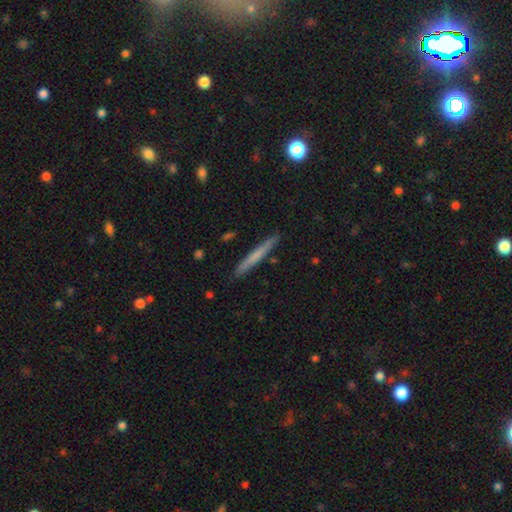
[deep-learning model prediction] Smooth or featured? Predicted: smooth (p=0.60). How rounded? Predicted: cigar-shaped (p=0.97). Merging? Predicted: none (p=0.90).